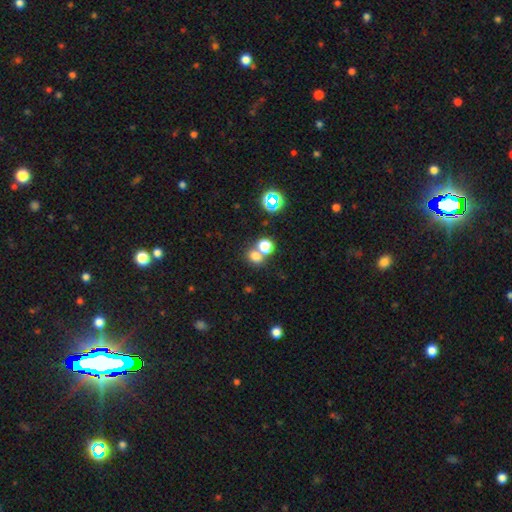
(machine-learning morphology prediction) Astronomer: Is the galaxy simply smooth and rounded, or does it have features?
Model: smooth — 73%.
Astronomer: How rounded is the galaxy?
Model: round — 59% (runner-up: in between, 40%).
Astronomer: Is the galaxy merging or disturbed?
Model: none — 52% (runner-up: merger, 37%).